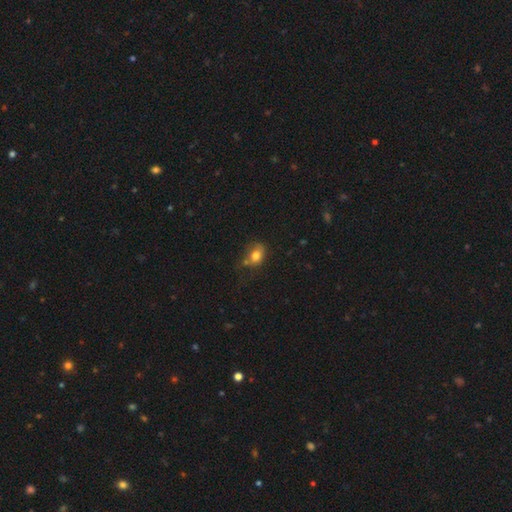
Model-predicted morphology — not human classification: Smooth or featured: smooth — 77% (featured or disk — 12%)
How rounded: in between — 59% (round — 40%)
Merging: none — 44% (minor disturbance — 30%)